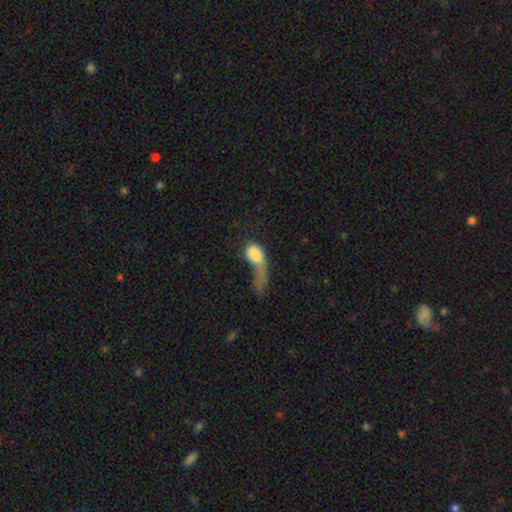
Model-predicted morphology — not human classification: Smooth or featured?
  - smooth: 69% *
  - featured or disk: 23%
  - star or artifact: 8%
How rounded?
  - in between: 73% *
  - round: 20%
  - cigar-shaped: 7%
Merging?
  - major disturbance: 64% *
  - minor disturbance: 13%
  - none: 12%
  - merger: 11%